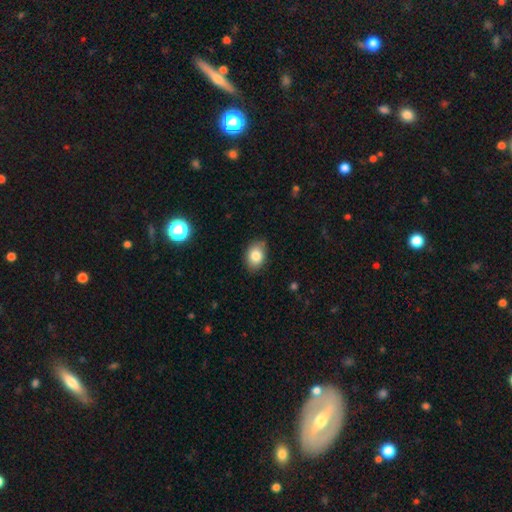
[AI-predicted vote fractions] A smooth galaxy with no disk features (83%) that is in between round and cigar-shaped (75%).

Vote fractions:
- Smooth or featured? smooth: 83% / star or artifact: 9% / featured or disk: 8%
- How rounded? in between: 75% / round: 24% / cigar-shaped: 1%
- Merging? none: 82% / minor disturbance: 15% / major disturbance: 2% / merger: 1%